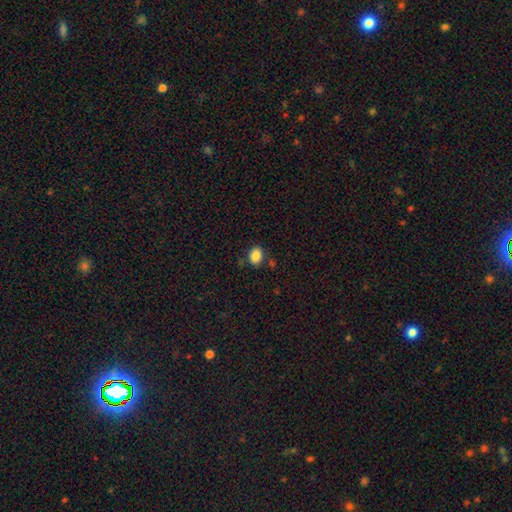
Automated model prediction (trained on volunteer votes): Morphology: type=smooth (86%); roundness=in between (61%); merging=none (79%).